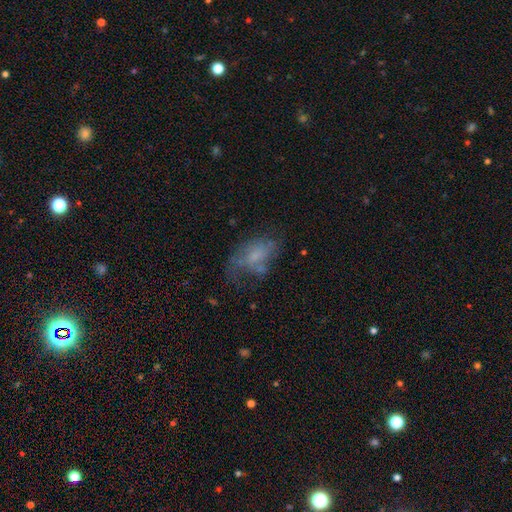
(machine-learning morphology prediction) This is marginally a smooth galaxy (44%, tied with featured or disk). Merging: marginally none (37%).